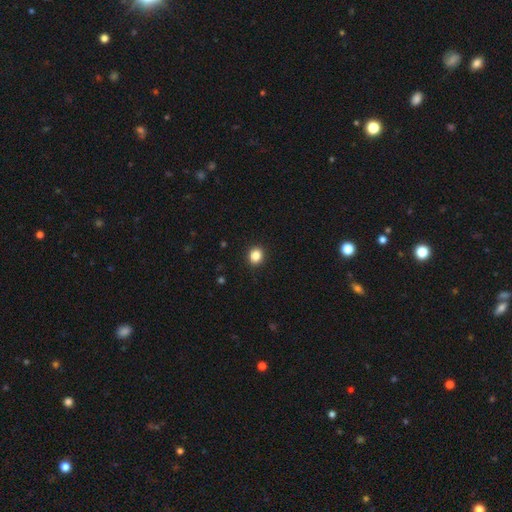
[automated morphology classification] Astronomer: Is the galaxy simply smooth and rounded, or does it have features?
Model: smooth — 85%.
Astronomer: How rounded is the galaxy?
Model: round — 72%.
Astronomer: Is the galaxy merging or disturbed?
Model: none — 92%.